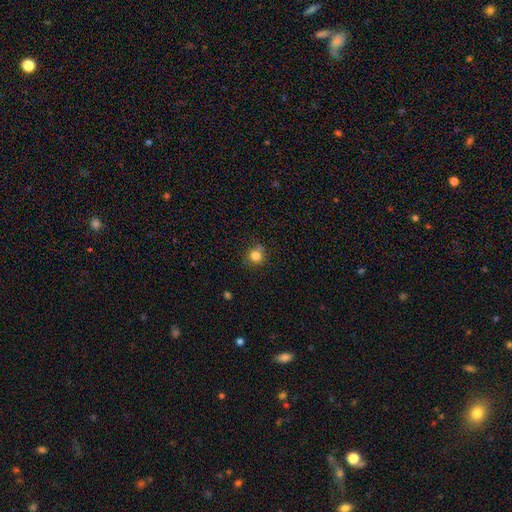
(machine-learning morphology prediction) The model was most divided on "merging": none: 72%, minor disturbance: 15%, merger: 9%, major disturbance: 4%. More confident: how rounded — round (90%); smooth or featured — smooth (81%).